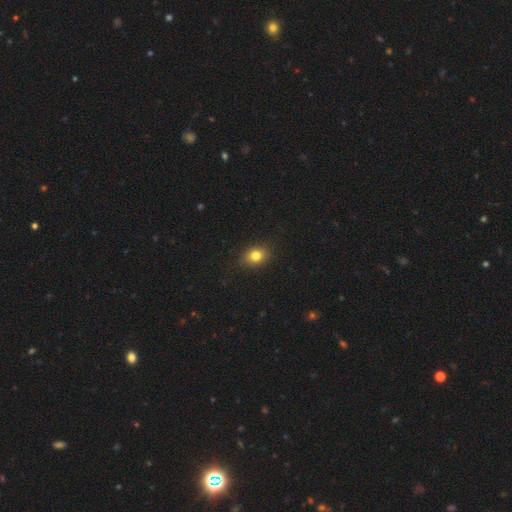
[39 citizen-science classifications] Overall: smooth (90%). How rounded: in between (63%; round 34%). Merging: none (89%).